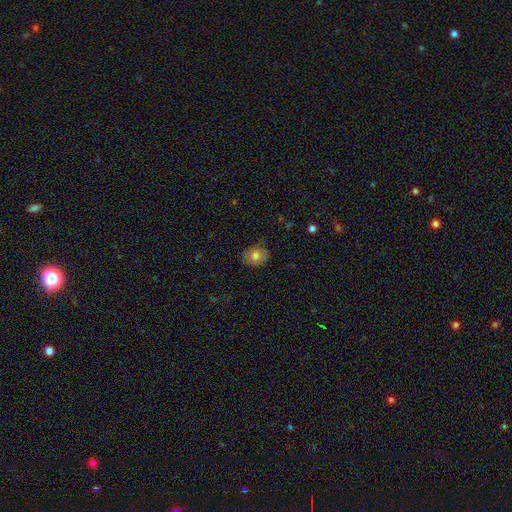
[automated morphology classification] Smooth or featured?
  - smooth: 77% *
  - featured or disk: 13%
  - star or artifact: 10%
How rounded?
  - round: 52% *
  - in between: 47%
  - cigar-shaped: 1%
Merging?
  - none: 70% *
  - minor disturbance: 24%
  - major disturbance: 5%
  - merger: 1%